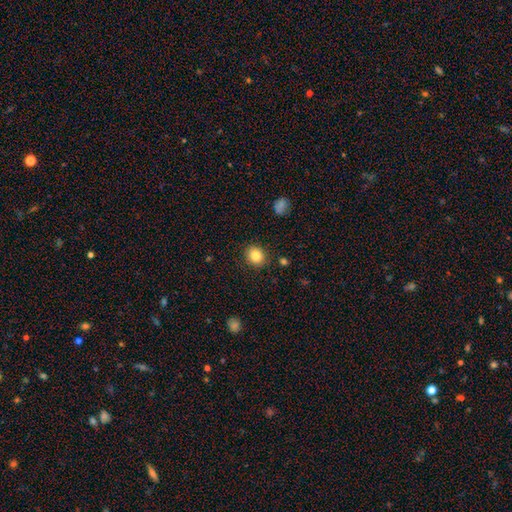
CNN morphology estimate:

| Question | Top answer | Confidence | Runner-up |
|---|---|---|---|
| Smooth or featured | smooth | 84% | star or artifact (10%) |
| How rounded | round | 71% | in between (28%) |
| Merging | none | 88% | minor disturbance (8%) |